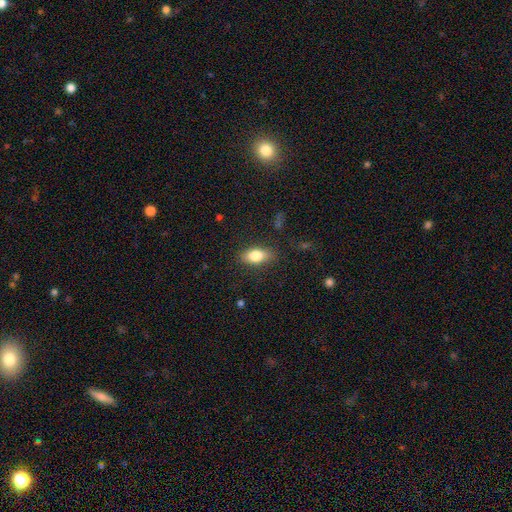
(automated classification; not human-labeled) smooth_or_featured: smooth (p=0.81) [alt: featured or disk p=0.12]
how_rounded: in between (p=0.86) [alt: cigar-shaped p=0.08]
merging: none (p=0.83) [alt: minor disturbance p=0.12]